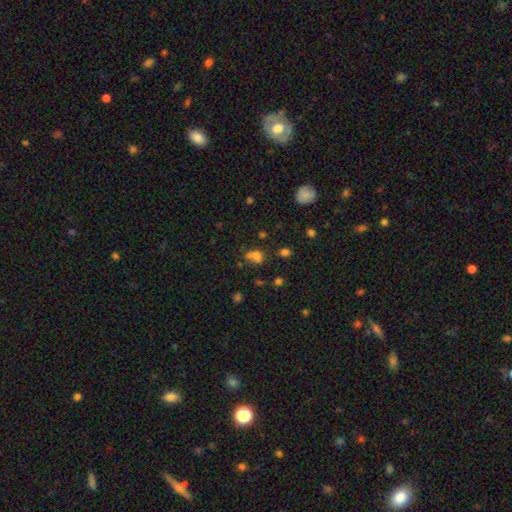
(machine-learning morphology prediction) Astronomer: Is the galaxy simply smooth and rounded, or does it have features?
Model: smooth — 60%.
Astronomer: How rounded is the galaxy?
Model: round — 56% (runner-up: in between, 42%).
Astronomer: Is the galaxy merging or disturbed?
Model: merger — 41% (runner-up: none, 39%).